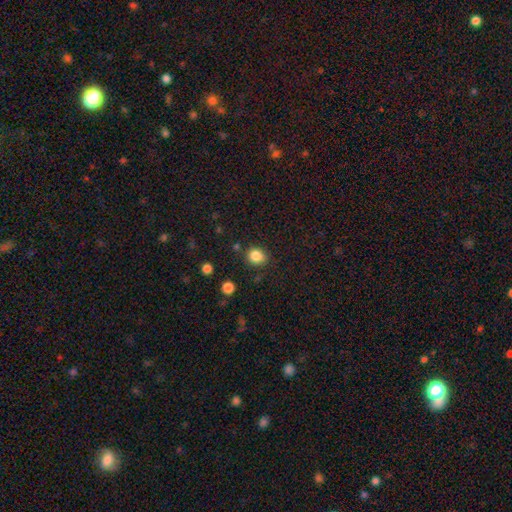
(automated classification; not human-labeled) This is clearly a smooth galaxy (85%). How rounded: likely round (71%). Merging: clearly none (80%).